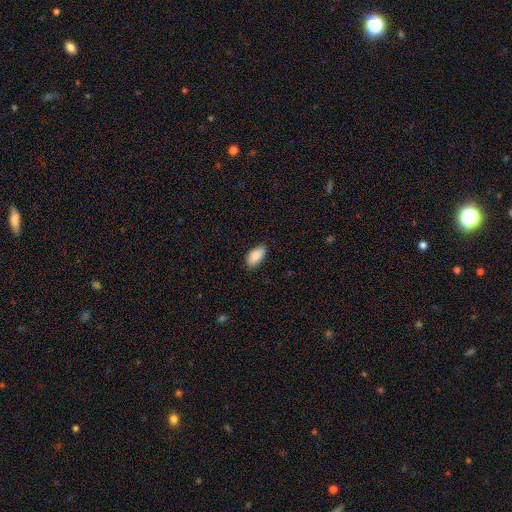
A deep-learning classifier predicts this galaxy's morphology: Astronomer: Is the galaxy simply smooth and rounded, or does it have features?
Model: smooth — 90%.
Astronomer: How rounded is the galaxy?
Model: in between — 94%.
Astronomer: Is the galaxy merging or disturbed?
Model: none — 81%.